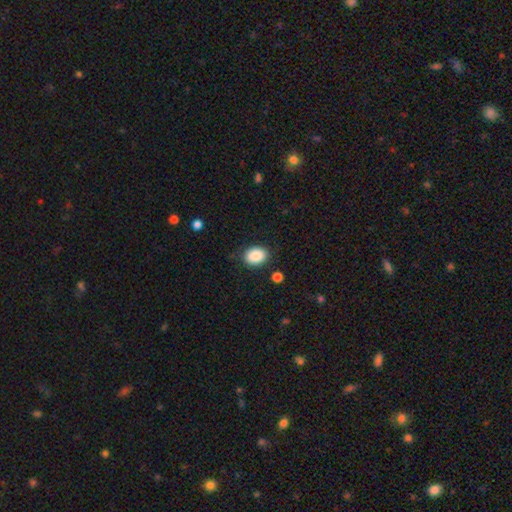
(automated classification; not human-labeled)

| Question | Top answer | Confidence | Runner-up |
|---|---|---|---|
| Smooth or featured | smooth | 89% | star or artifact (8%) |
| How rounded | in between | 70% | round (29%) |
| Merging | none | 84% | minor disturbance (11%) |